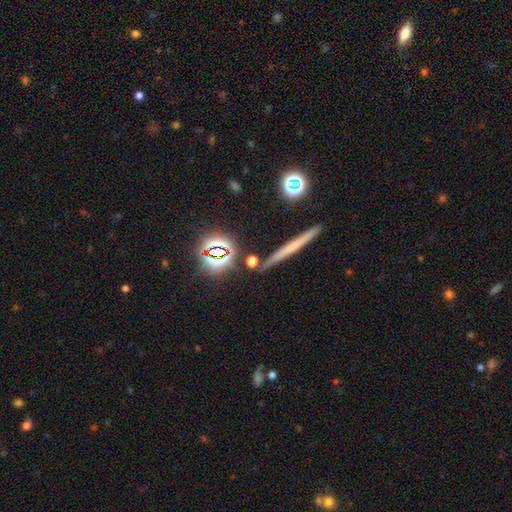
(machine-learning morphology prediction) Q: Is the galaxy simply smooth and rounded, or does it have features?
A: star or artifact — 47%.